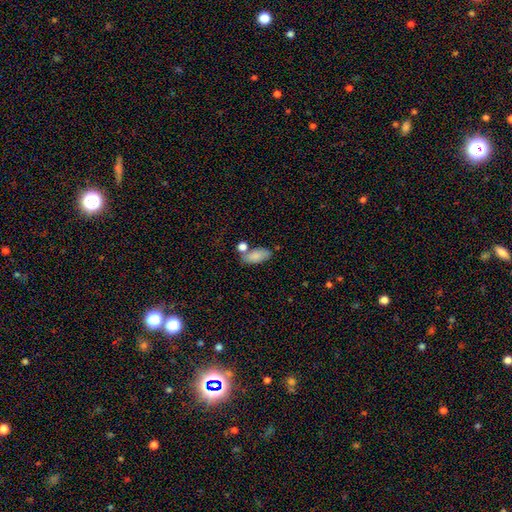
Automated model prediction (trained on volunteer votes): Smooth or featured: smooth — 84% (featured or disk — 8%)
How rounded: in between — 88% (cigar-shaped — 9%)
Merging: none — 60% (merger — 19%)